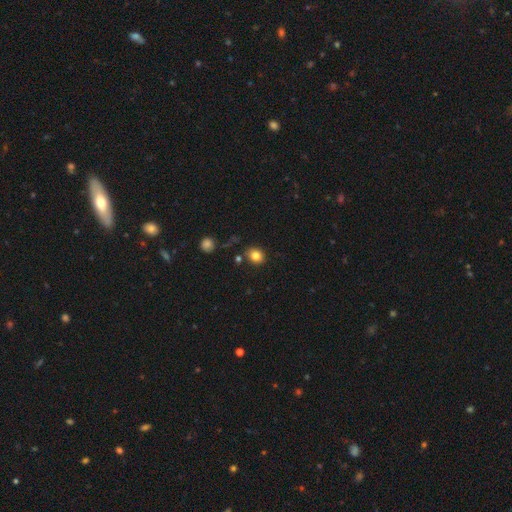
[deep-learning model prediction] Morphology: type=smooth (82%); roundness=round (71%); merging=none (81%).